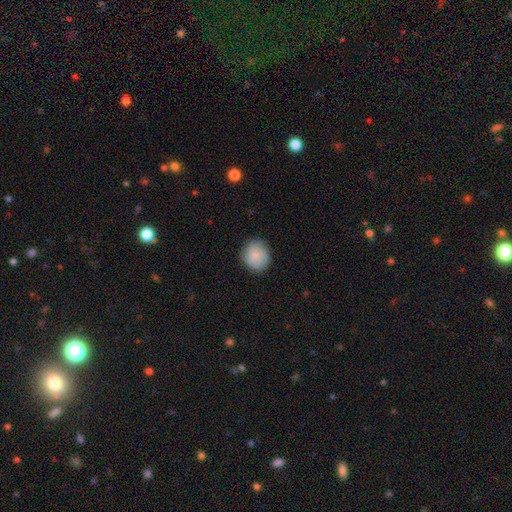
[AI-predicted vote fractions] smooth-or-featured: smooth: 84% | featured or disk: 9% | star or artifact: 6%
  how-rounded: round: 78% | in between: 21% | cigar-shaped: 1%
  merging: none: 83% | minor disturbance: 13% | major disturbance: 3% | merger: 1%